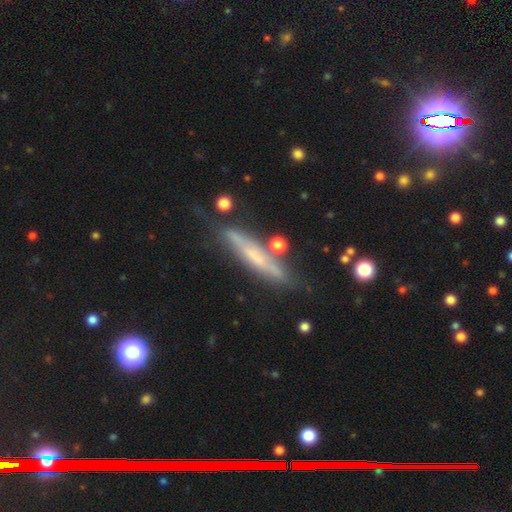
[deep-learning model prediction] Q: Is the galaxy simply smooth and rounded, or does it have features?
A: featured or disk — 55%.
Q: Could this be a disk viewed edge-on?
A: yes — 88%.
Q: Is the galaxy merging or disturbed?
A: none — 73%.